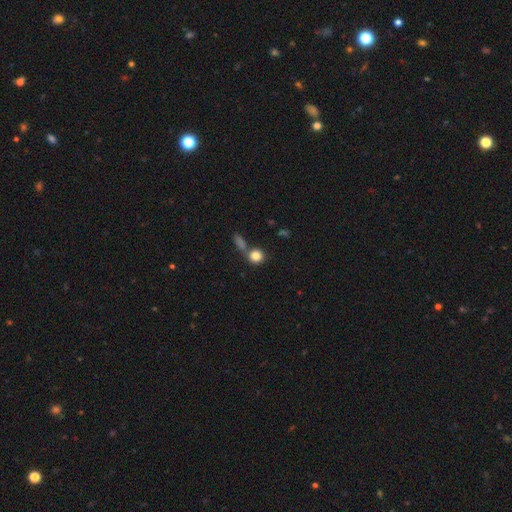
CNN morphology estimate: Overall: smooth (83%). How rounded: round (85%). Merging: none (57%; merger 27%).